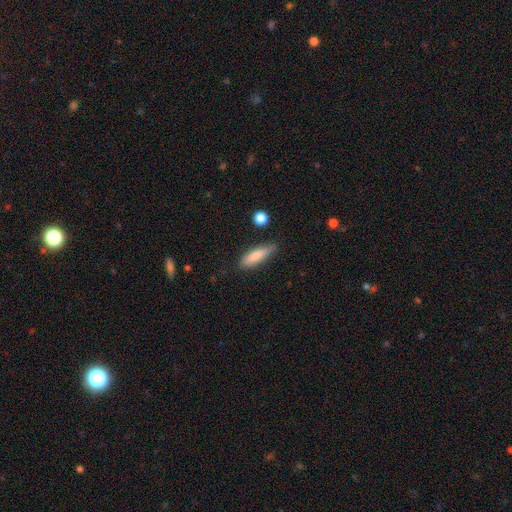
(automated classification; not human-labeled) Q: Smooth or featured?
A: smooth (81%); runner-up: featured or disk (13%)
Q: How rounded?
A: cigar-shaped (61%); runner-up: in between (37%)
Q: Merging?
A: none (75%); runner-up: minor disturbance (19%)